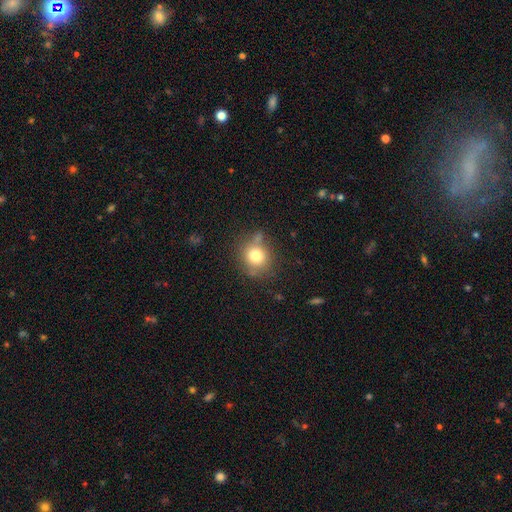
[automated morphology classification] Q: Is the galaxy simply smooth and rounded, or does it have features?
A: smooth — 77%.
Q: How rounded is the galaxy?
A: round — 80%.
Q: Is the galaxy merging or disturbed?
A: none — 71%.